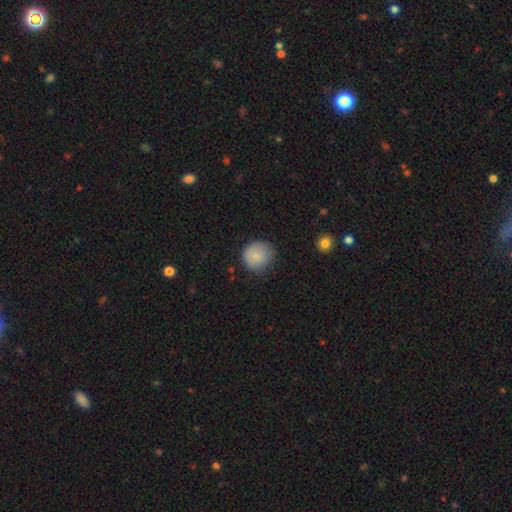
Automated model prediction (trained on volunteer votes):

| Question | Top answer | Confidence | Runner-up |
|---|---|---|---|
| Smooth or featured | smooth | 85% | star or artifact (8%) |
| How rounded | round | 88% | in between (11%) |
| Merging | none | 73% | minor disturbance (21%) |